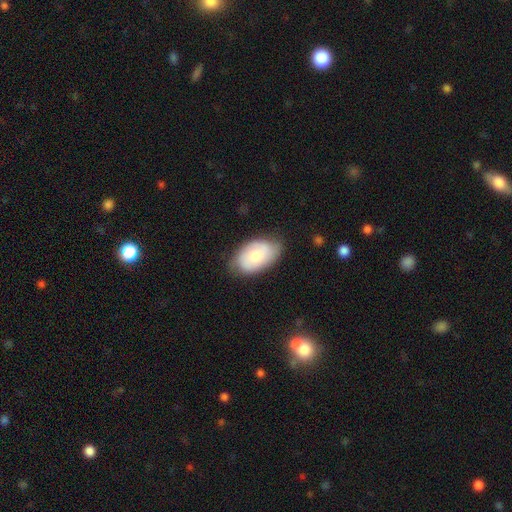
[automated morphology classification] This appears to be a smooth galaxy with no disk features (61%) that is in between round and cigar-shaped (91%). Merging: none (67%).